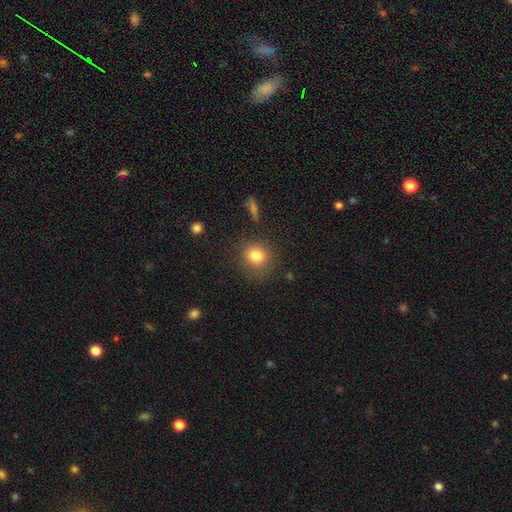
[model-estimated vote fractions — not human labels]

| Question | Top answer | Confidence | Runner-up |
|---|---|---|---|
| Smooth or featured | smooth | 81% | star or artifact (12%) |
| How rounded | round | 80% | in between (19%) |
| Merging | none | 77% | minor disturbance (14%) |